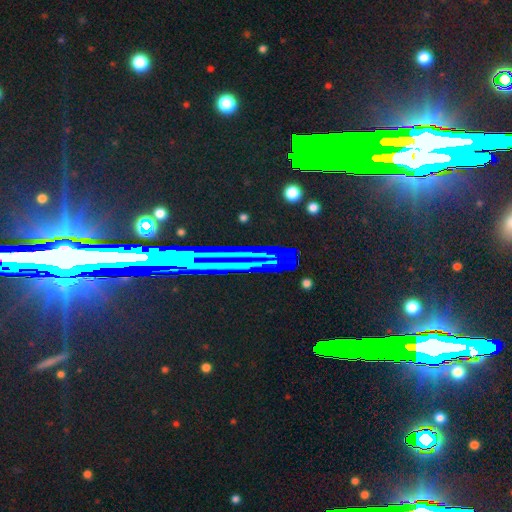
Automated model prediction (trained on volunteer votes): This appears to be a star or artifact, not a galaxy (71%).